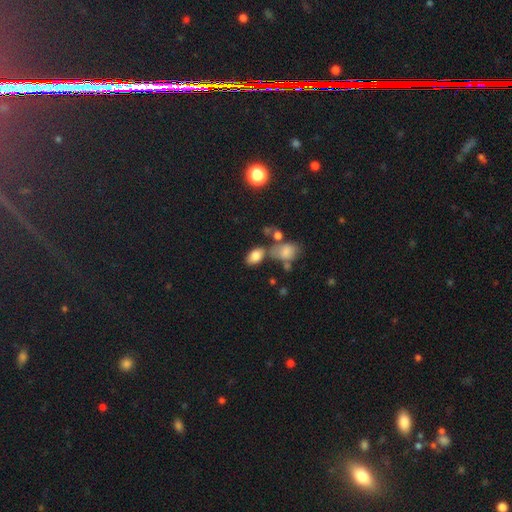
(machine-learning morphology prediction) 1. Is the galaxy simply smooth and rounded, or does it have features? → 80% smooth, 10% featured or disk, 10% star or artifact.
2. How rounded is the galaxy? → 90% in between, 8% round, 2% cigar-shaped.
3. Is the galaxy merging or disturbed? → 54% none, 22% merger, 17% minor disturbance, 7% major disturbance.